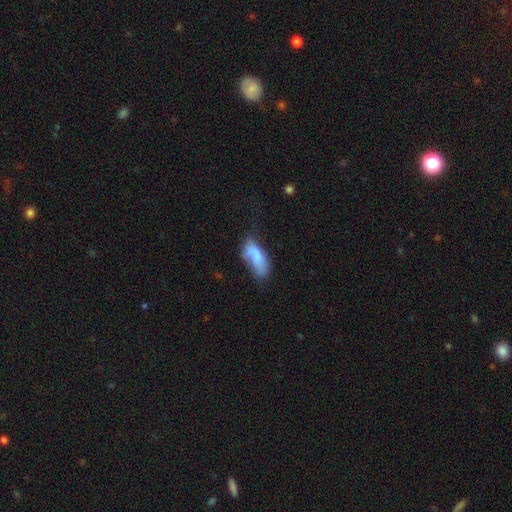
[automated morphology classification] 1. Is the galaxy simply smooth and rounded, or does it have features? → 75% smooth, 18% featured or disk, 7% star or artifact.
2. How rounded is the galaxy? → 87% in between, 11% cigar-shaped, 2% round.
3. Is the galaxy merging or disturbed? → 40% none, 34% minor disturbance, 18% major disturbance, 8% merger.